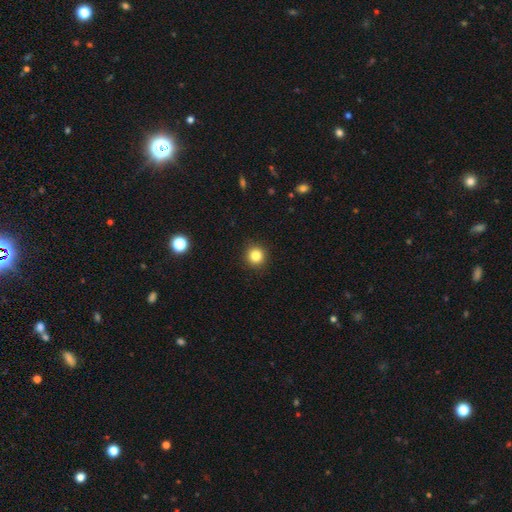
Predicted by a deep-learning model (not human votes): This is clearly a smooth galaxy (84%). How rounded: clearly round (94%). Merging: clearly none (92%).